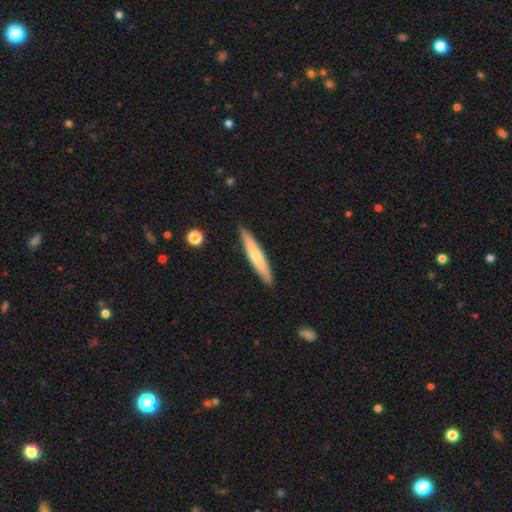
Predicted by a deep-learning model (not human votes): Smooth or featured?
  - smooth: 58% *
  - featured or disk: 37%
  - star or artifact: 5%
How rounded?
  - cigar-shaped: 92% *
  - in between: 7%
  - round: 1%
Merging?
  - none: 89% *
  - minor disturbance: 8%
  - major disturbance: 1%
  - merger: 1%